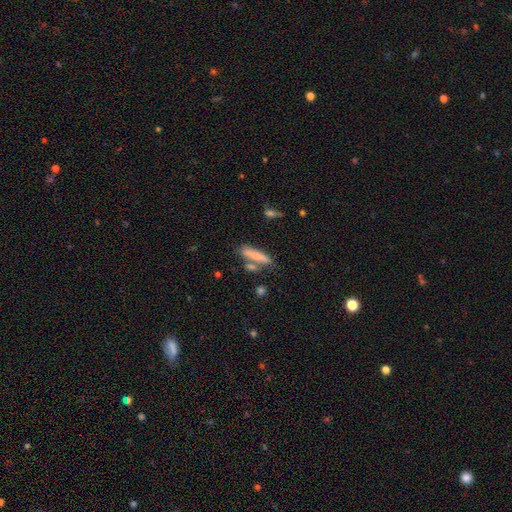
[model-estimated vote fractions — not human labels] This appears to be a smooth galaxy with no disk features (80%) that is cigar-shaped (78%). Merging: none (64%).